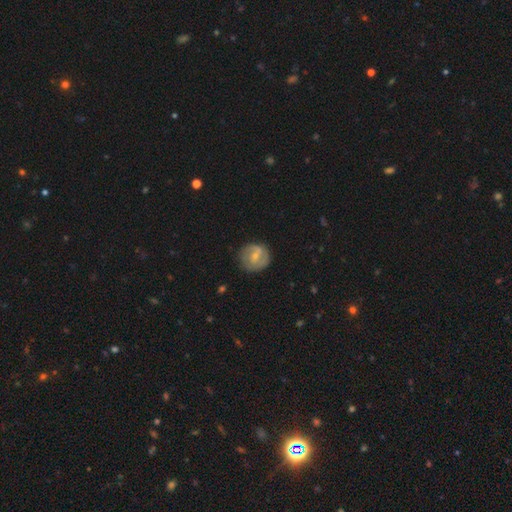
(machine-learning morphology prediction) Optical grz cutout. It shows a featured or disk galaxy (64%) with a weak bar (54%), 2 (71%) medium (44%) spiral arms (85%) and a small central bulge (61%). Merging: none (76%).